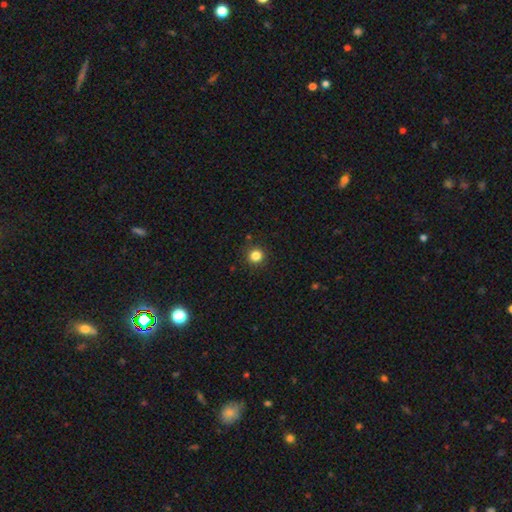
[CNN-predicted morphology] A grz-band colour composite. It shows a smooth galaxy with no disk features (83%) that is round (95%). Merging: none (92%).